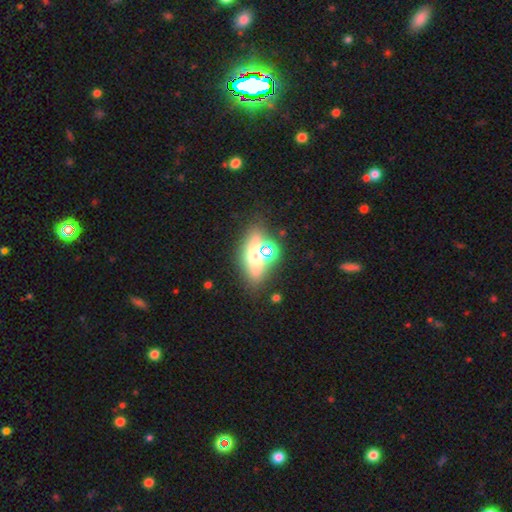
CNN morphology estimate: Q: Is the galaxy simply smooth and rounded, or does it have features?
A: smooth — 50%.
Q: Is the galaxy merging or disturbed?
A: none — 72%.